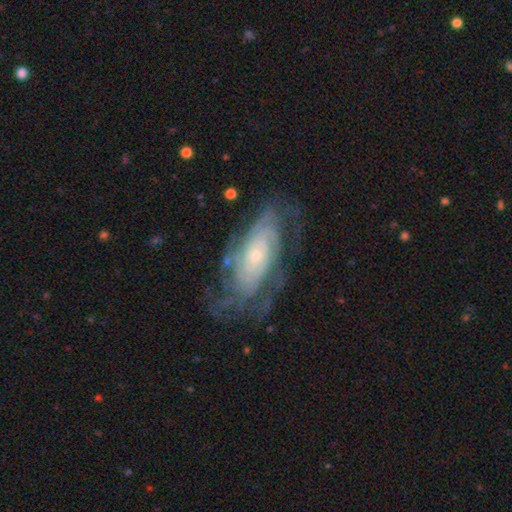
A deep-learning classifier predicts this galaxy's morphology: Smooth or featured: featured or disk — 81% (smooth — 13%)
Edge-on disk: no — 92% (yes — 8%)
Bar: no — 76% (weak — 19%)
Spiral arms: yes — 91% (no — 9%)
Spiral winding: tight — 66% (medium — 26%)
Spiral arm count: can't tell — 48% (2 — 15%)
Bulge size: small — 68% (moderate — 25%)
Merging: none — 67% (minor disturbance — 19%)